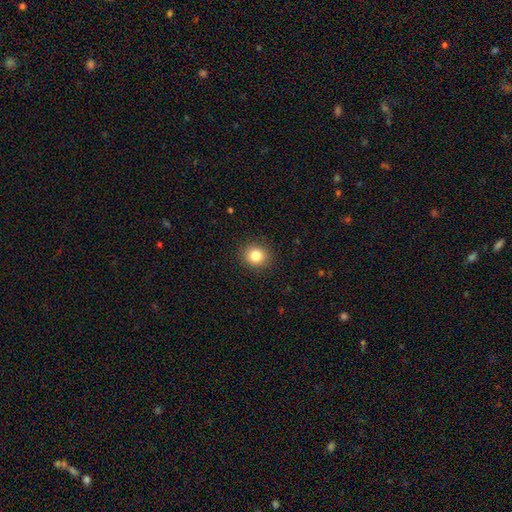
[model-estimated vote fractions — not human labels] Smooth or featured? Predicted: smooth (p=0.83). How rounded? Predicted: round (p=0.85). Merging? Predicted: none (p=0.91).